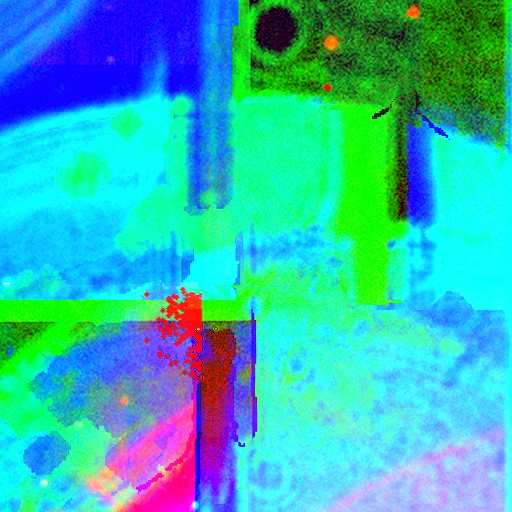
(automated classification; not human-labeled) Smooth or featured: star or artifact — 87% (featured or disk — 8%)